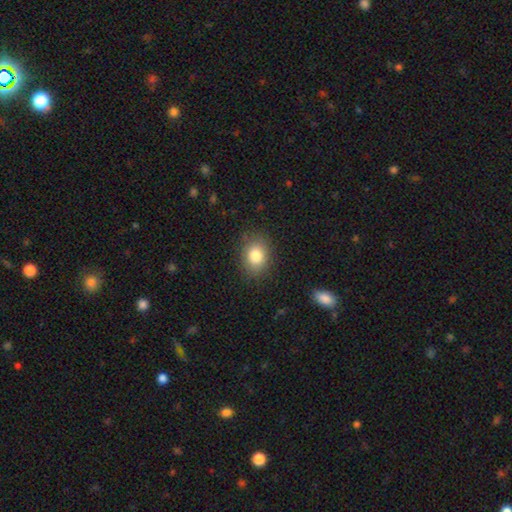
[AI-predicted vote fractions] smooth-or-featured: smooth: 82% | star or artifact: 9% | featured or disk: 8%
  how-rounded: in between: 63% | round: 35% | cigar-shaped: 1%
  merging: none: 84% | minor disturbance: 11% | major disturbance: 3% | merger: 1%